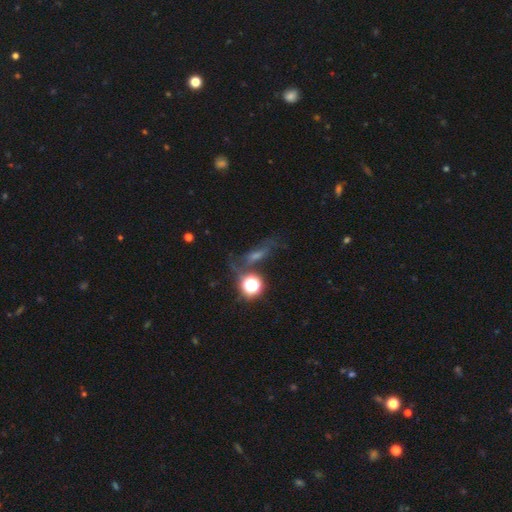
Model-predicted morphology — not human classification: The model was most divided on "smooth or featured": star or artifact: 38%, featured or disk: 31%, smooth: 31%.